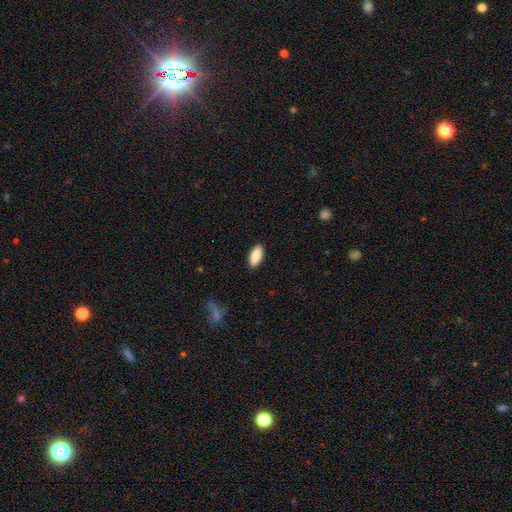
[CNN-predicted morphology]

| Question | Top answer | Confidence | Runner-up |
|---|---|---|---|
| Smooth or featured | smooth | 86% | featured or disk (8%) |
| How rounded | in between | 87% | cigar-shaped (11%) |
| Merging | none | 89% | minor disturbance (8%) |